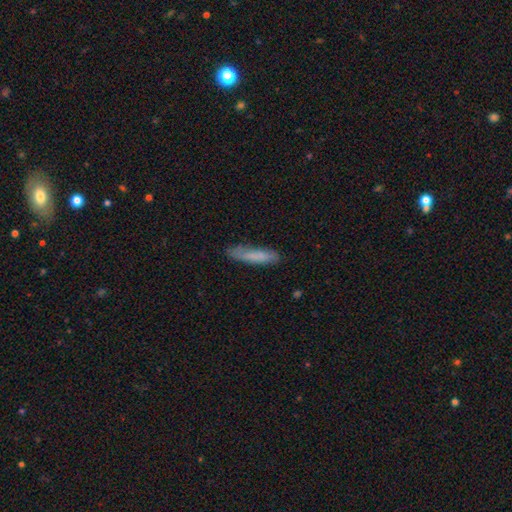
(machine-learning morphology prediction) Smooth or featured: smooth — 77% (featured or disk — 17%)
How rounded: cigar-shaped — 86% (in between — 13%)
Merging: none — 74% (minor disturbance — 20%)